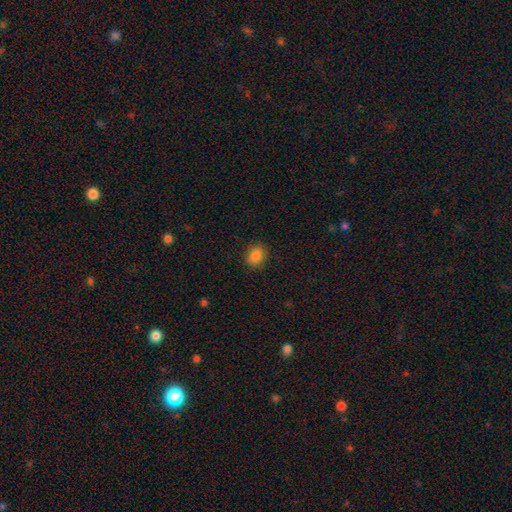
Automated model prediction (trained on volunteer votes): Smooth or featured?
  - smooth: 85% *
  - star or artifact: 10%
  - featured or disk: 5%
How rounded?
  - in between: 51% *
  - round: 48%
  - cigar-shaped: 1%
Merging?
  - none: 89% *
  - minor disturbance: 8%
  - major disturbance: 2%
  - merger: 1%